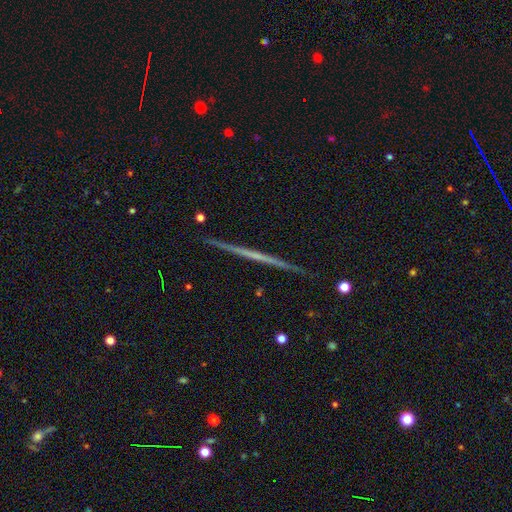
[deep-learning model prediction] Morphology: type=featured or disk (71%); edge-on=yes (98%); edge-on bulge=none (86%); merging=none (92%).